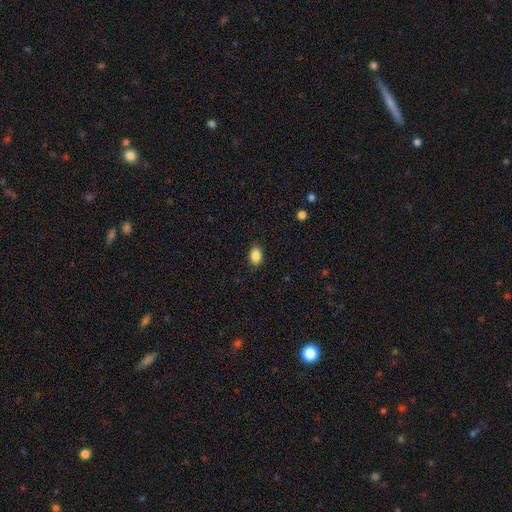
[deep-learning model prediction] Overall: smooth (86%). How rounded: in between (70%). Merging: none (86%).